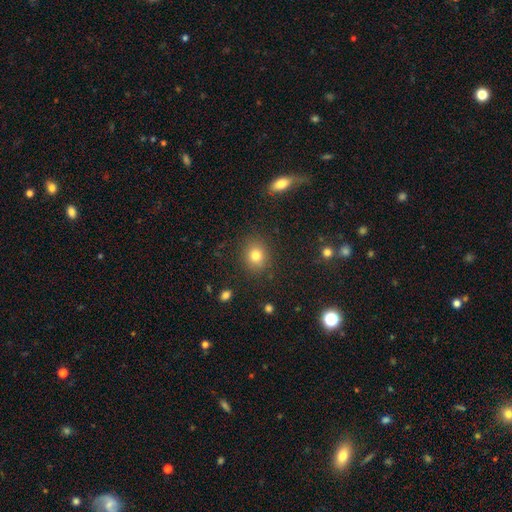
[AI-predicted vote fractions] smooth-or-featured: smooth: 80% | star or artifact: 12% | featured or disk: 8%
  how-rounded: round: 75% | in between: 24% | cigar-shaped: 1%
  merging: none: 87% | minor disturbance: 8% | major disturbance: 3% | merger: 2%